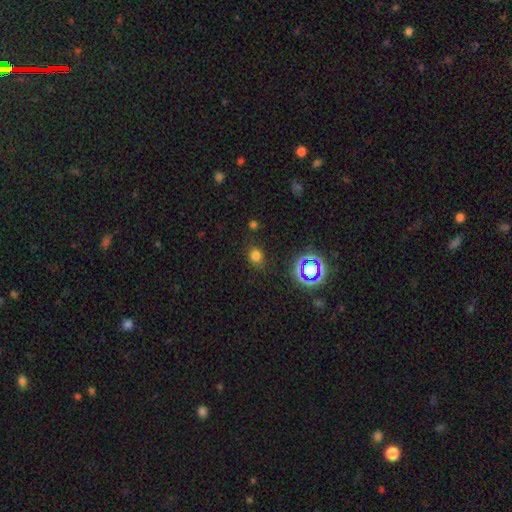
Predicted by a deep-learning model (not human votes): Overall: smooth (72%). How rounded: round (71%). Merging: none (83%).